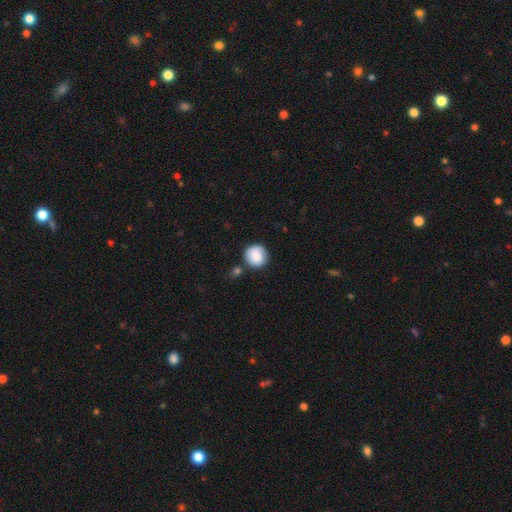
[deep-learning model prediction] Smooth or featured?
  - smooth: 84% *
  - featured or disk: 9%
  - star or artifact: 7%
How rounded?
  - round: 93% *
  - in between: 6%
  - cigar-shaped: 1%
Merging?
  - none: 78% *
  - minor disturbance: 13%
  - merger: 6%
  - major disturbance: 3%